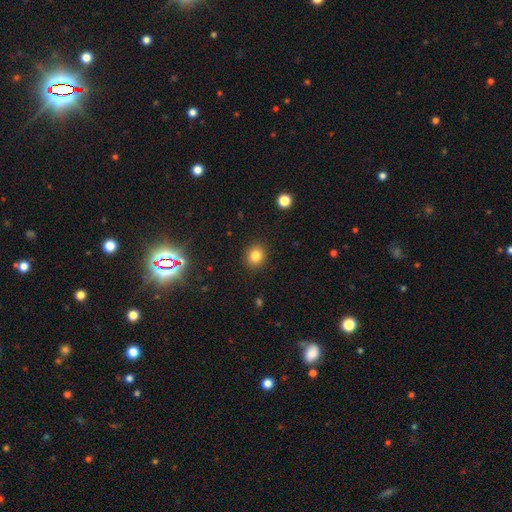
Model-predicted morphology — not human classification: Smooth or featured? smooth (82%)
How rounded? round (79%)
Merging? none (90%)